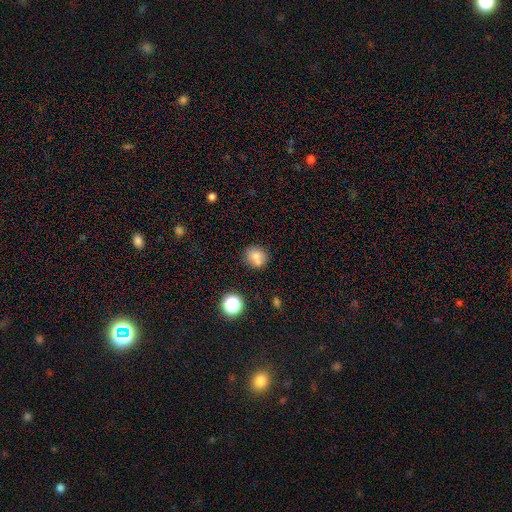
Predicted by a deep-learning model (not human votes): Smooth or featured?
  - smooth: 77% *
  - star or artifact: 12%
  - featured or disk: 11%
How rounded?
  - round: 76% *
  - in between: 23%
  - cigar-shaped: 1%
Merging?
  - none: 65% *
  - merger: 16%
  - minor disturbance: 15%
  - major disturbance: 4%